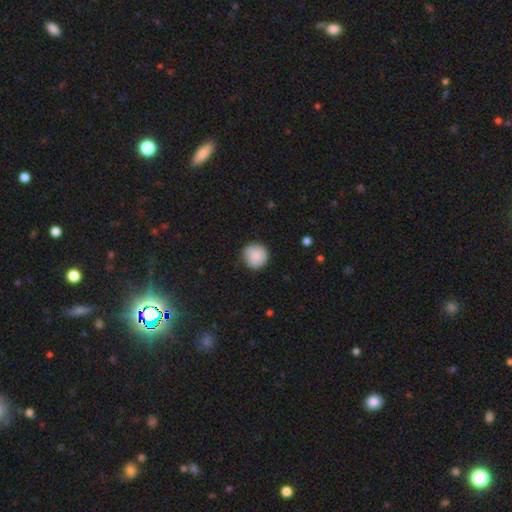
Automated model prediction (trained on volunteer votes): Smooth or featured? Predicted: smooth (p=0.87). How rounded? Predicted: round (p=0.94). Merging? Predicted: none (p=0.85).